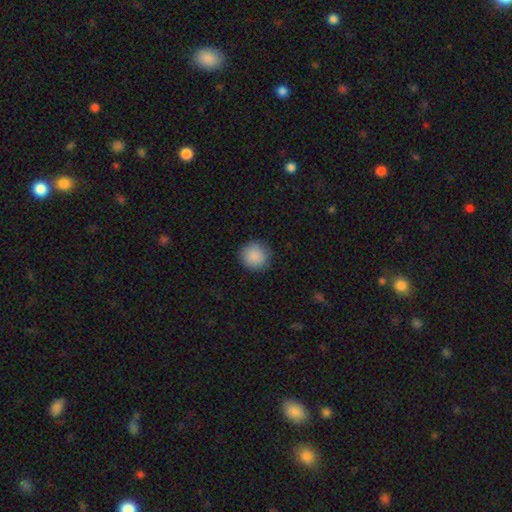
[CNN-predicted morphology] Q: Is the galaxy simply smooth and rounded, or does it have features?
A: smooth — 89%.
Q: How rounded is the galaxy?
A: round — 93%.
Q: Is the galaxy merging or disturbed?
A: none — 89%.